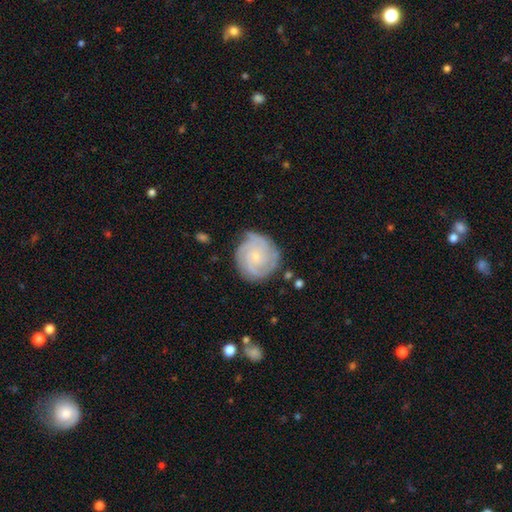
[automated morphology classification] smooth_or_featured: featured or disk (p=0.80) [alt: smooth p=0.14]
disk_edge_on: no (p=0.98) [alt: yes p=0.02]
bar: no (p=0.76) [alt: weak p=0.20]
has_spiral_arms: yes (p=0.96) [alt: no p=0.04]
spiral_winding: tight (p=0.71) [alt: medium p=0.24]
spiral_arm_count: 3 (p=0.36) [alt: can't tell p=0.21]
bulge_size: small (p=0.78) [alt: moderate p=0.17]
merging: none (p=0.77) [alt: minor disturbance p=0.17]